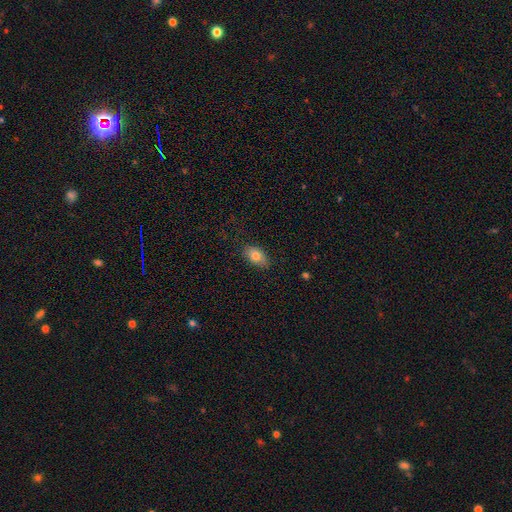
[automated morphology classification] Smooth or featured? smooth (81%)
How rounded? in between (89%)
Merging? none (82%)